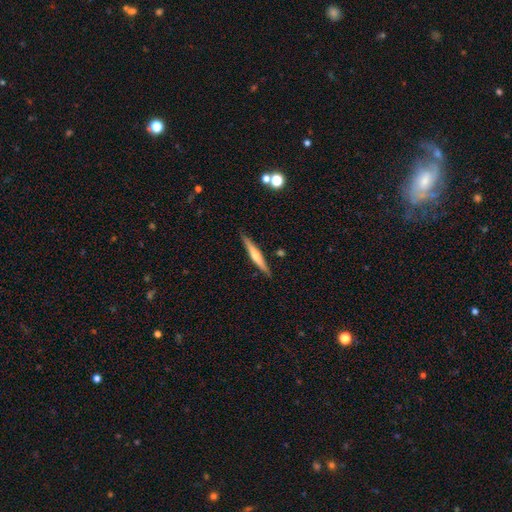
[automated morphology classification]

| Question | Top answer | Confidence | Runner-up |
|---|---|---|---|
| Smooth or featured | featured or disk | 48% | smooth (46%) |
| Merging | none | 88% | minor disturbance (9%) |